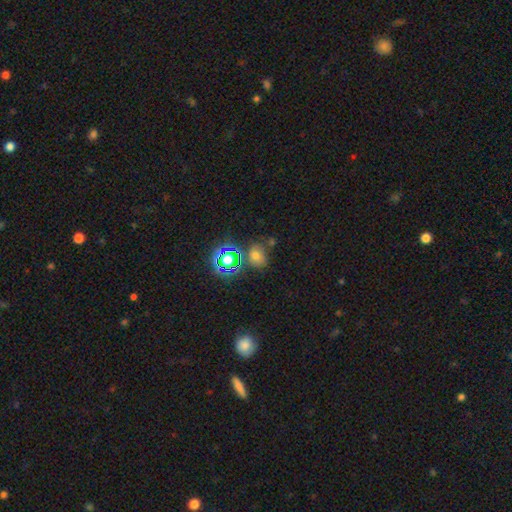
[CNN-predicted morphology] Smooth or featured? Predicted: smooth (p=0.53). How rounded? Predicted: round (p=0.56). Merging? Predicted: none (p=0.64).